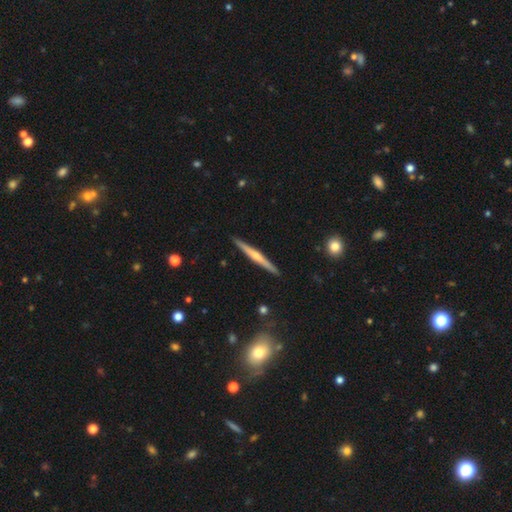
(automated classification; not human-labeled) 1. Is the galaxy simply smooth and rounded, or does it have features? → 65% featured or disk, 30% smooth, 6% star or artifact.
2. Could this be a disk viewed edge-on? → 98% yes, 2% no.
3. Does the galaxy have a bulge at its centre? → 69% rounded, 24% none, 7% boxy.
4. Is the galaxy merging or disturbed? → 91% none, 6% minor disturbance, 1% merger, 1% major disturbance.